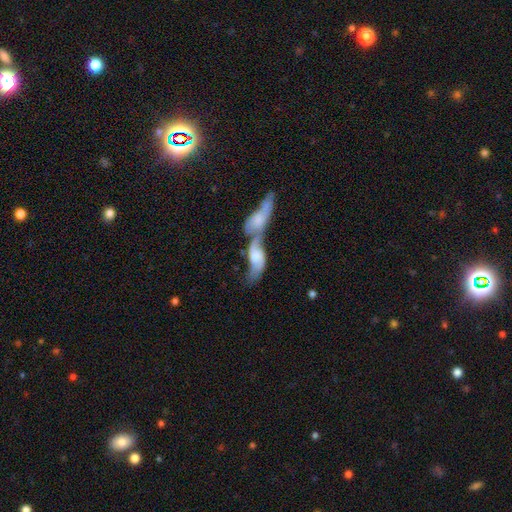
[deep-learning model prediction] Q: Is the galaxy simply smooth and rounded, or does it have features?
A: featured or disk — 62%.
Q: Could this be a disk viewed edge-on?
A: no — 81%.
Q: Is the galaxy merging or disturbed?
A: merger — 81%.